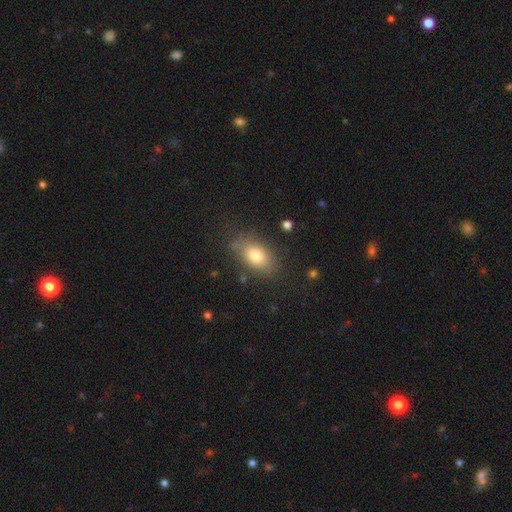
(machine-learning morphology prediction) This appears to be a smooth galaxy with no disk features (78%) that is in between round and cigar-shaped (85%). Merging: none (77%).